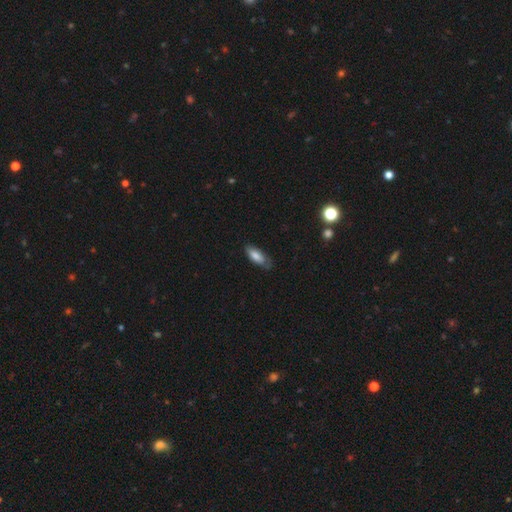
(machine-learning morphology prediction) smooth 76%, featured or disk 17%, star or artifact 7%. Down the decision tree: how rounded — in between (79%); merging — none (64%).